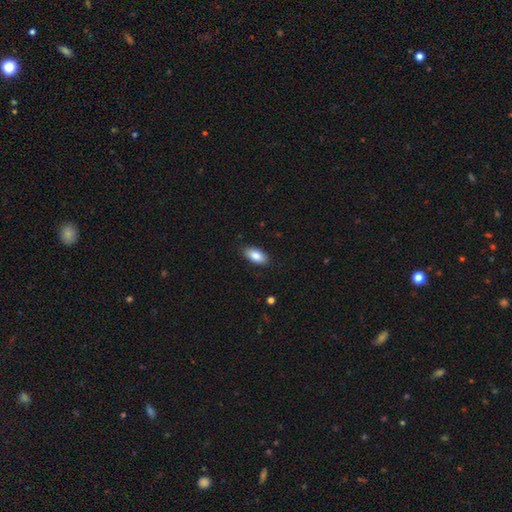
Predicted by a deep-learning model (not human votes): Smooth or featured? Predicted: smooth (p=0.85). How rounded? Predicted: in between (p=0.92). Merging? Predicted: none (p=0.87).